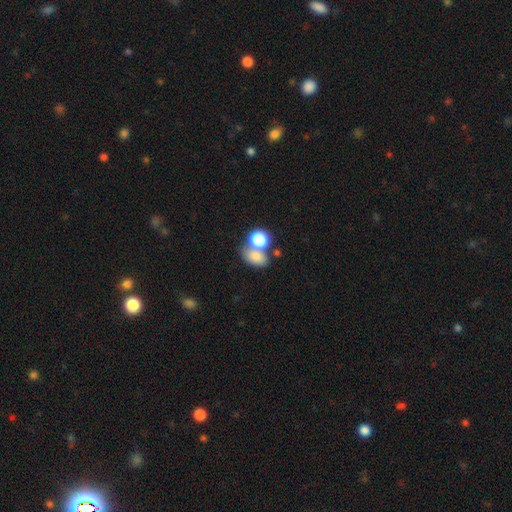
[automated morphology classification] type=smooth (77%); roundness=in between (68%); merging=merger (43%).